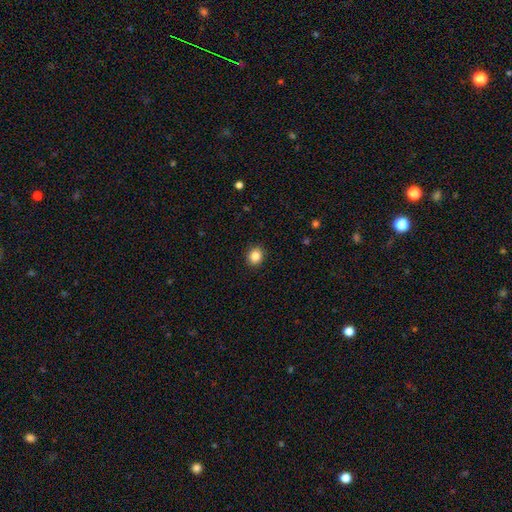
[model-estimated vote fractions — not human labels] smooth_or_featured: smooth (p=0.85) [alt: star or artifact p=0.10]
how_rounded: round (p=0.74) [alt: in between p=0.25]
merging: none (p=0.91) [alt: minor disturbance p=0.06]